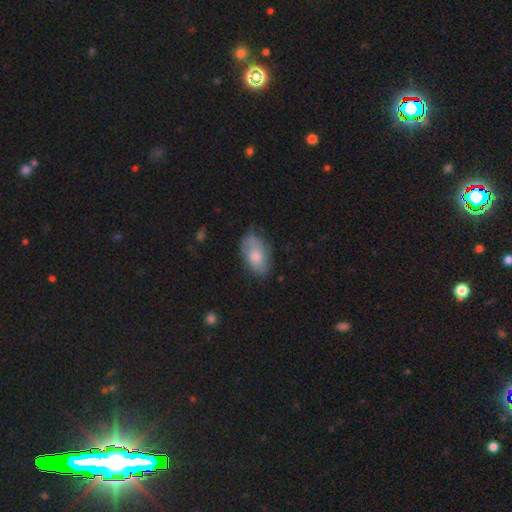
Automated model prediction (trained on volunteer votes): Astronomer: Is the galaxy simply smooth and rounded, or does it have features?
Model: smooth — 67%.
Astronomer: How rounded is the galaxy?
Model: in between — 93%.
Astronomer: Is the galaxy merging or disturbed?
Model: none — 58%.